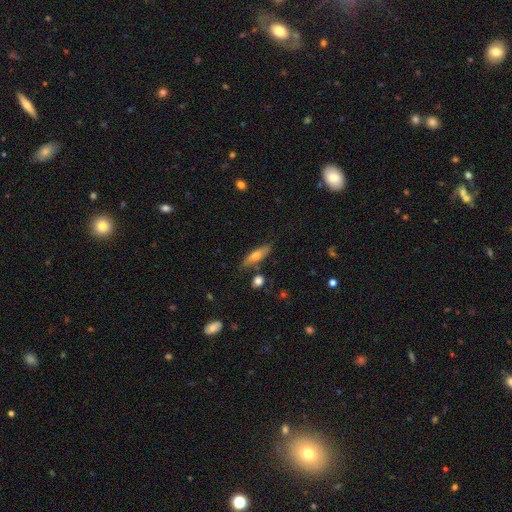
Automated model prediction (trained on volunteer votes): A smooth galaxy with no disk features (58%) that is cigar-shaped (55%). Merging: none (73%).